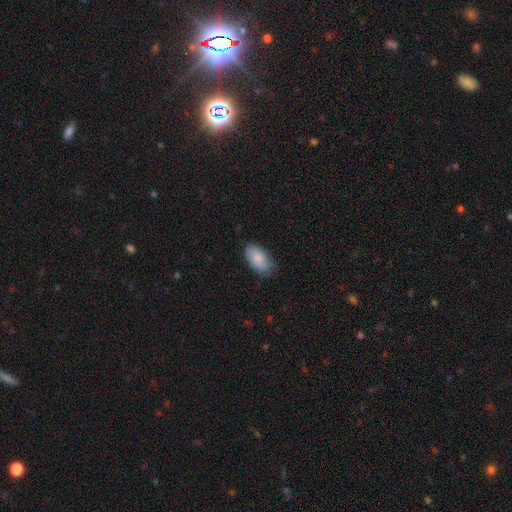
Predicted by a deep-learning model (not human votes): A smooth galaxy with no disk features (86%) that is in between round and cigar-shaped (95%). Merging: none (73%).